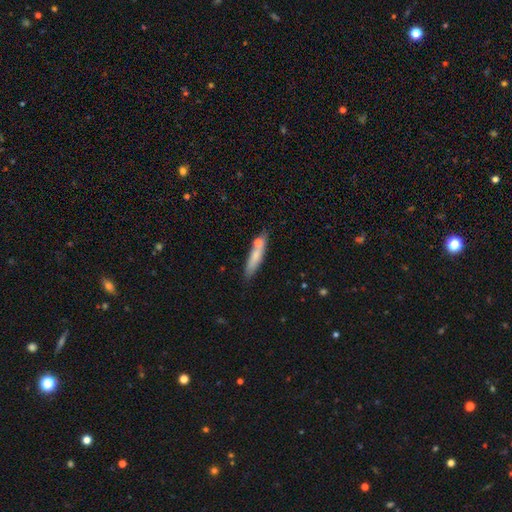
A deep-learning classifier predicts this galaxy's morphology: Smooth or featured?
  - smooth: 71% *
  - featured or disk: 22%
  - star or artifact: 7%
How rounded?
  - cigar-shaped: 83% *
  - in between: 15%
  - round: 2%
Merging?
  - none: 69% *
  - minor disturbance: 15%
  - merger: 12%
  - major disturbance: 4%